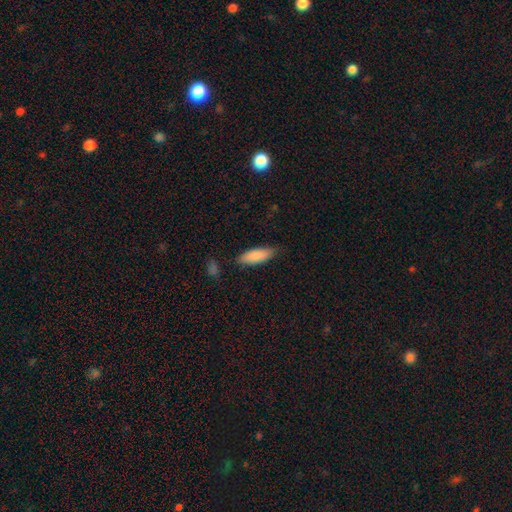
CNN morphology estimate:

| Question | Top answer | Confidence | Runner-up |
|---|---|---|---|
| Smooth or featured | smooth | 87% | featured or disk (7%) |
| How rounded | in between | 67% | cigar-shaped (32%) |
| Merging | none | 80% | minor disturbance (15%) |